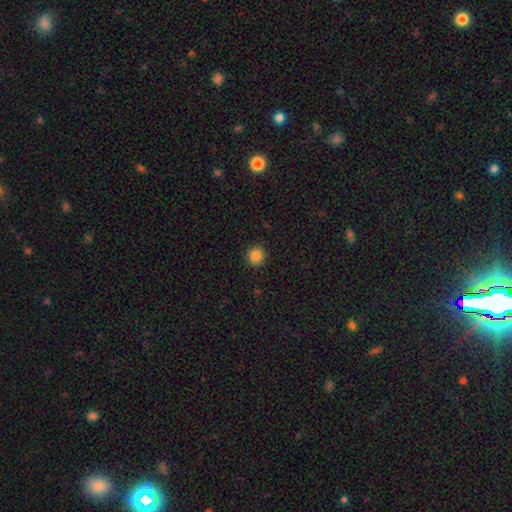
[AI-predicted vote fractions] smooth 85%, star or artifact 11%, featured or disk 4%. Down the decision tree: how rounded — round (89%); merging — none (92%).